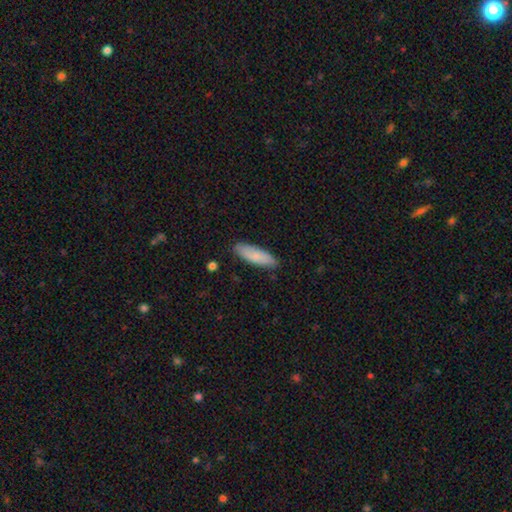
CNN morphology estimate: The model was most divided on "how rounded": cigar-shaped: 50%, in between: 48%, round: 2%. More confident: merging — none (87%); smooth or featured — smooth (84%).